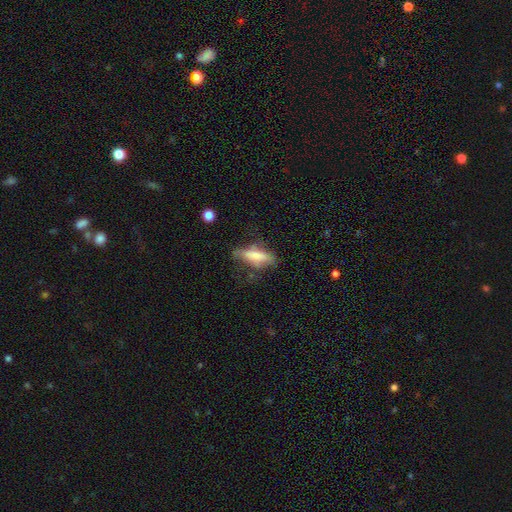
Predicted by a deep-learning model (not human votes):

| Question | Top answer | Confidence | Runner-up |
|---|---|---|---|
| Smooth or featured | smooth | 63% | featured or disk (29%) |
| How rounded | cigar-shaped | 49% | in between (48%) |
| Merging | none | 50% | minor disturbance (28%) |